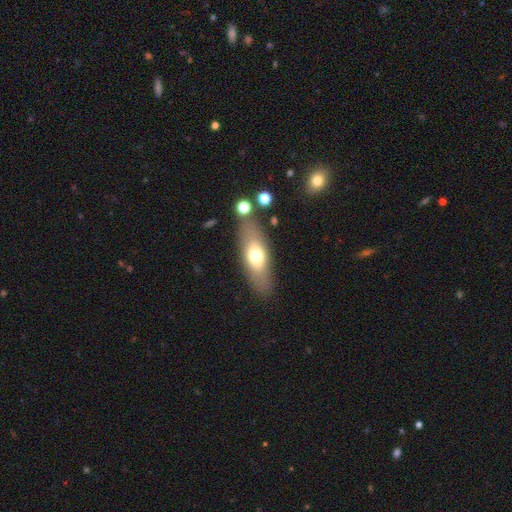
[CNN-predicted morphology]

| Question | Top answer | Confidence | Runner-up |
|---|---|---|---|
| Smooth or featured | smooth | 63% | featured or disk (30%) |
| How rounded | in between | 65% | cigar-shaped (31%) |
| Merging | none | 79% | minor disturbance (12%) |